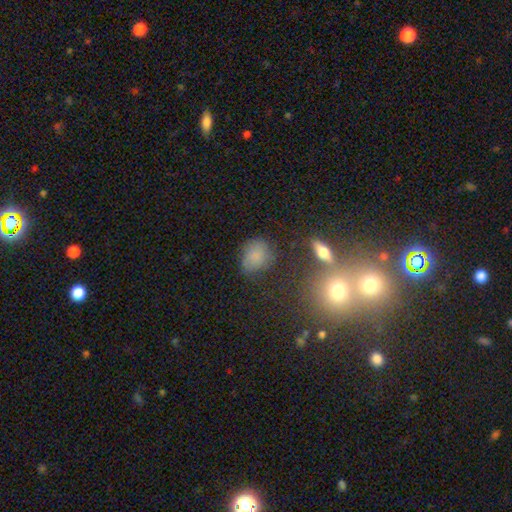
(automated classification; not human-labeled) The model was most divided on "how rounded": round: 51%, in between: 47%, cigar-shaped: 2%. More confident: smooth or featured — smooth (75%); merging — none (60%).